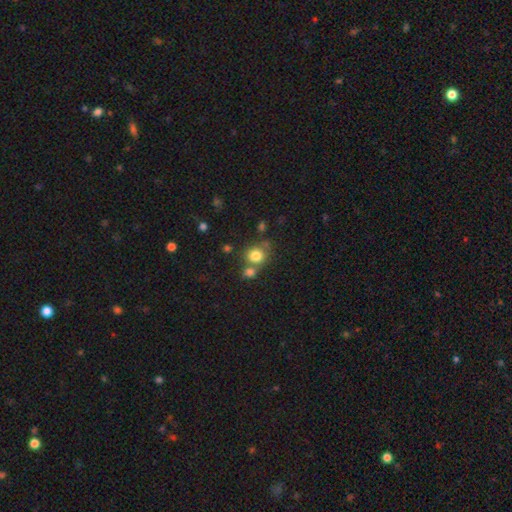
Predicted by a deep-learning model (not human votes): A smooth galaxy with no disk features (80%) that is round (81%).

Vote fractions:
- Smooth or featured? smooth: 80% / star or artifact: 12% / featured or disk: 8%
- How rounded? round: 81% / in between: 18% / cigar-shaped: 1%
- Merging? none: 57% / merger: 29% / minor disturbance: 10% / major disturbance: 4%